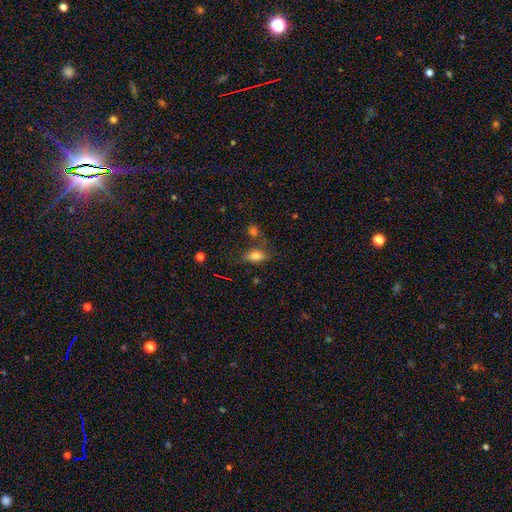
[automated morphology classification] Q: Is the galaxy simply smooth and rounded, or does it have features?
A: smooth — 80%.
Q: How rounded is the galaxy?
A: in between — 85%.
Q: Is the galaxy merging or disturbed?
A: none — 68%.